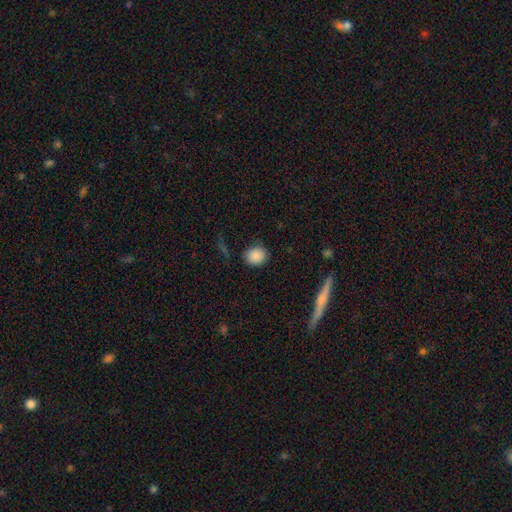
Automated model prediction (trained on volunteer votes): smooth_or_featured: smooth (p=0.87) [alt: star or artifact p=0.08]
how_rounded: round (p=0.79) [alt: in between p=0.19]
merging: none (p=0.83) [alt: minor disturbance p=0.11]